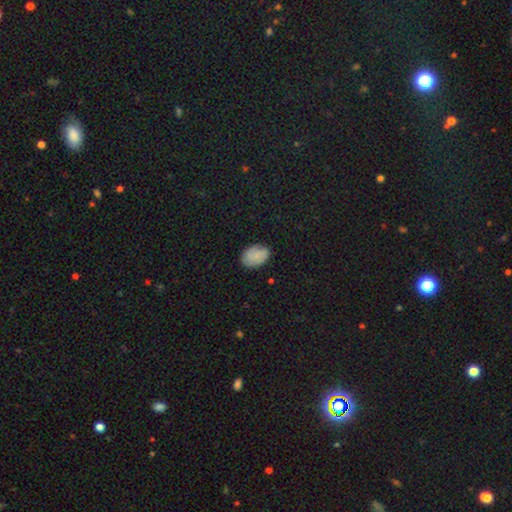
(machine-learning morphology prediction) type=smooth (64%); roundness=in between (81%); merging=none (79%).